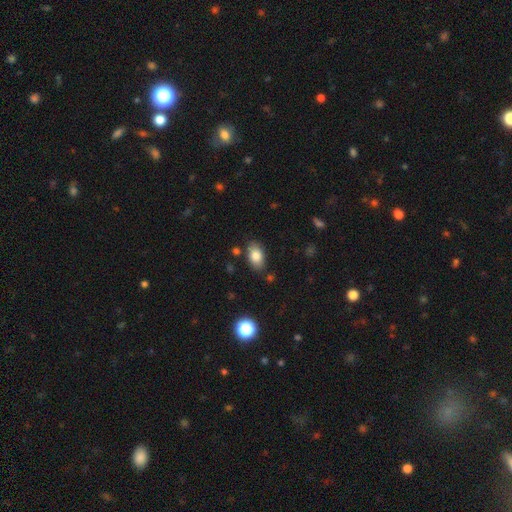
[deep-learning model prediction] Morphology: type=smooth (83%); roundness=in between (91%); merging=none (80%).